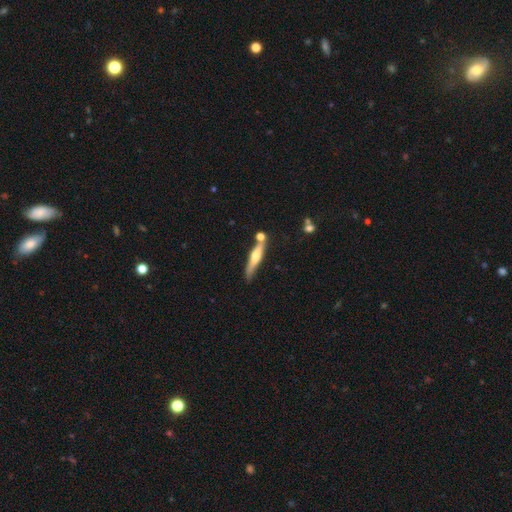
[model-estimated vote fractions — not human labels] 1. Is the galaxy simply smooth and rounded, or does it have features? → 54% featured or disk, 40% smooth, 6% star or artifact.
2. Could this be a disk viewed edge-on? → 93% yes, 7% no.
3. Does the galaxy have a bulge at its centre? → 83% rounded, 10% boxy, 8% none.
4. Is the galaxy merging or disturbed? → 69% none, 15% minor disturbance, 13% merger, 3% major disturbance.